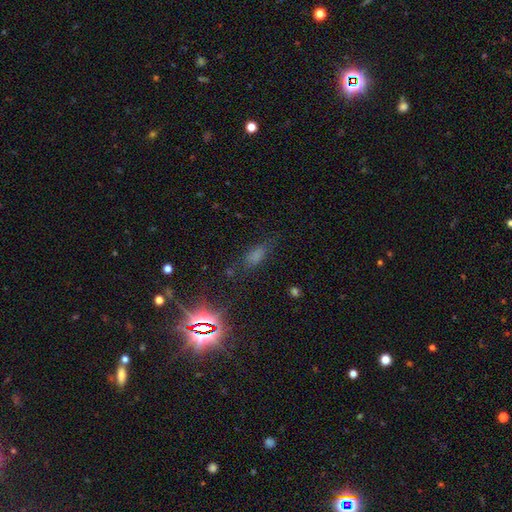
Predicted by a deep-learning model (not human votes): Smooth or featured?
  - smooth: 52% *
  - star or artifact: 35%
  - featured or disk: 13%
How rounded?
  - in between: 70% *
  - cigar-shaped: 23%
  - round: 7%
Merging?
  - none: 65% *
  - minor disturbance: 21%
  - major disturbance: 12%
  - merger: 3%